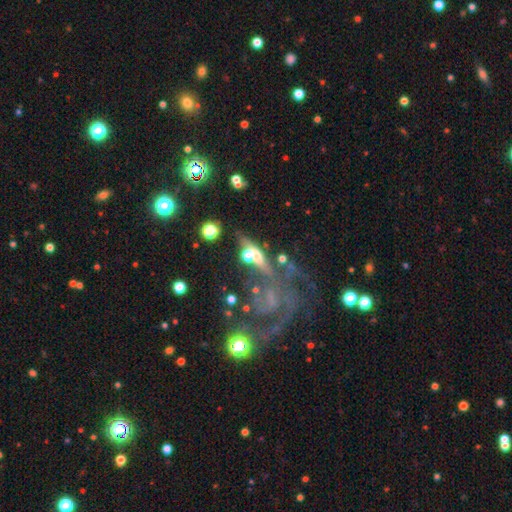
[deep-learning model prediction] Morphology: type=featured or disk (44%); merging=none (43%).